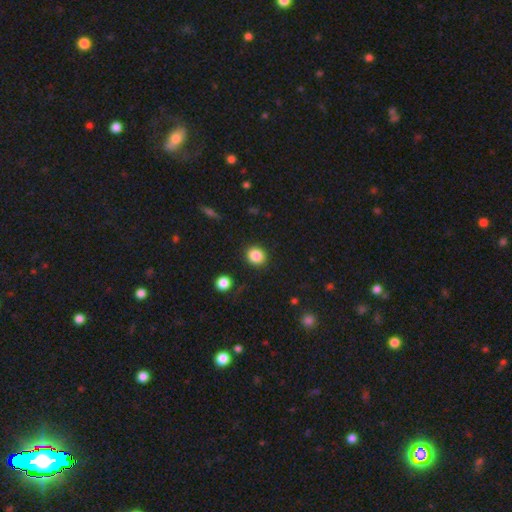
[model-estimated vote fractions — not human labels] A smooth galaxy with no disk features (86%) that is round (78%). Merging: none (89%).